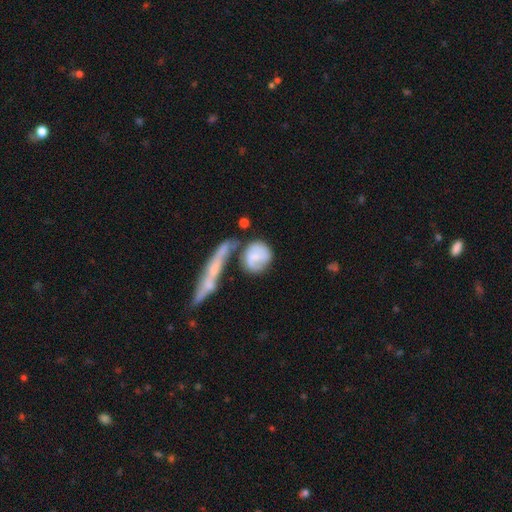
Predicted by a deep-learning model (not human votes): smooth 60%, featured or disk 33%, star or artifact 7%. Down the decision tree: how rounded — round (76%); merging — none (45%).